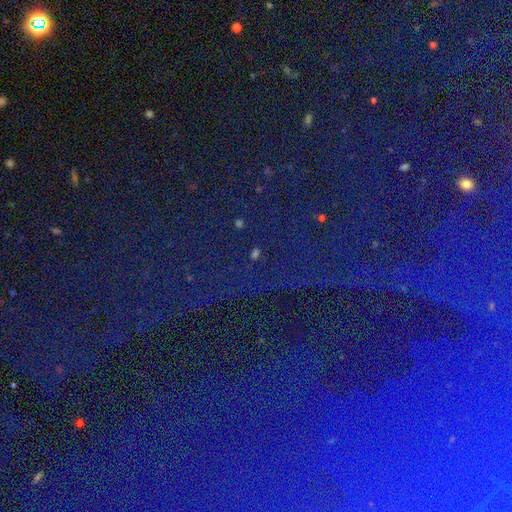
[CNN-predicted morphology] type=star or artifact (86%).